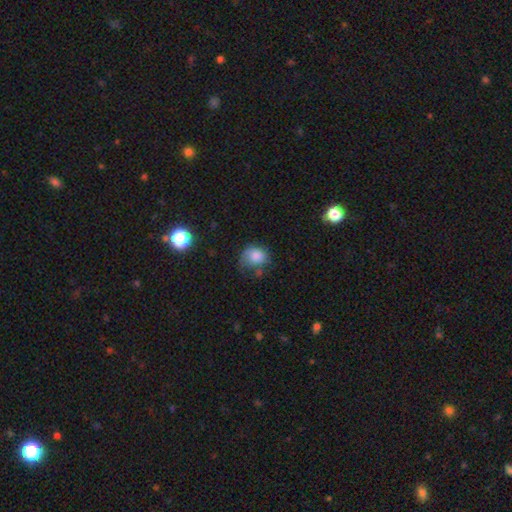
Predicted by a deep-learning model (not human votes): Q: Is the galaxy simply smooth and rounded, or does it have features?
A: smooth — 77%.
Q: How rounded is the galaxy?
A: round — 59%.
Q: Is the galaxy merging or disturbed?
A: none — 39%.